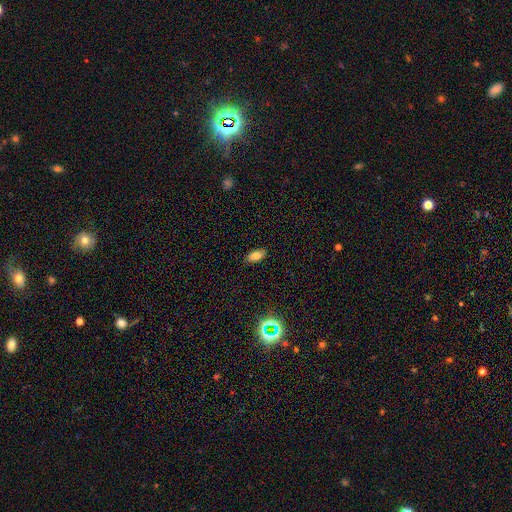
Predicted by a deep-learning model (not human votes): Morphology: type=smooth (77%); roundness=in between (88%); merging=none (86%).